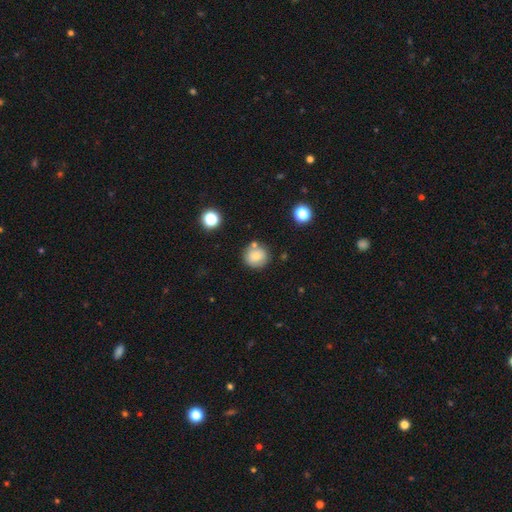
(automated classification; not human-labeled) smooth-or-featured: smooth: 80% | featured or disk: 10% | star or artifact: 10%
  how-rounded: round: 88% | in between: 11% | cigar-shaped: 1%
  merging: none: 75% | minor disturbance: 12% | merger: 9% | major disturbance: 4%